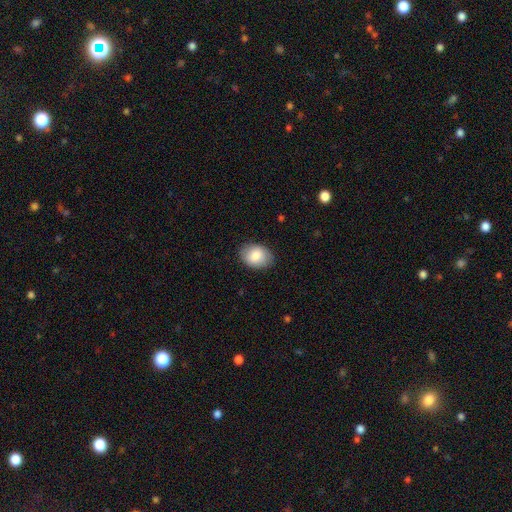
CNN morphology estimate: type=smooth (84%); roundness=in between (75%); merging=none (84%).